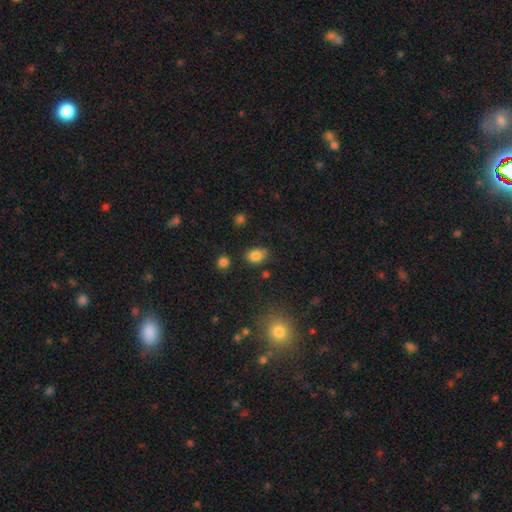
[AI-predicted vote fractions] Smooth or featured: smooth — 83% (star or artifact — 11%)
How rounded: in between — 71% (round — 28%)
Merging: none — 74% (minor disturbance — 18%)